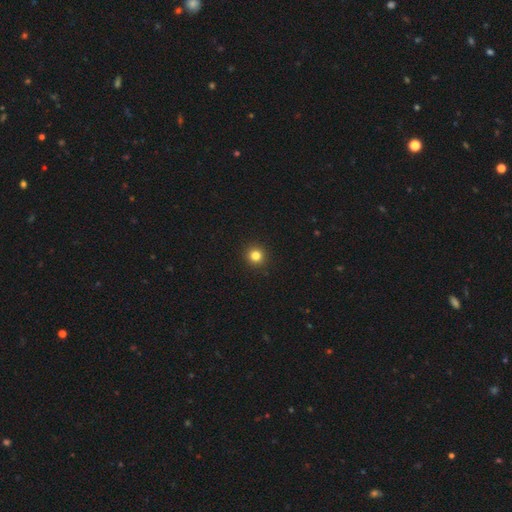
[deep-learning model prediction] Morphology: type=smooth (82%); roundness=round (95%); merging=none (93%).